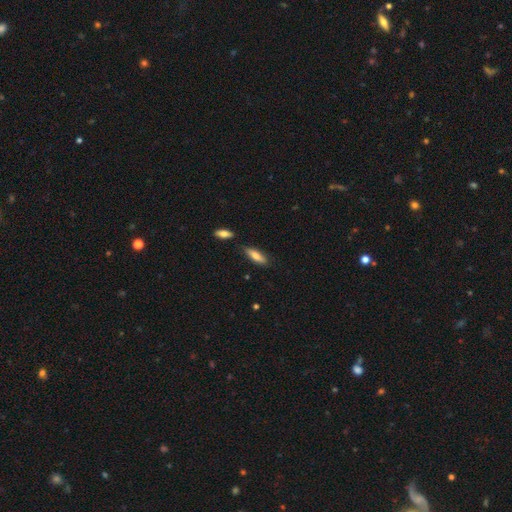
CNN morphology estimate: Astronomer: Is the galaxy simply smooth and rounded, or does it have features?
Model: smooth — 75%.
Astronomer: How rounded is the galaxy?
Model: cigar-shaped — 50% (runner-up: in between, 48%).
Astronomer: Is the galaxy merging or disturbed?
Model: none — 81%.